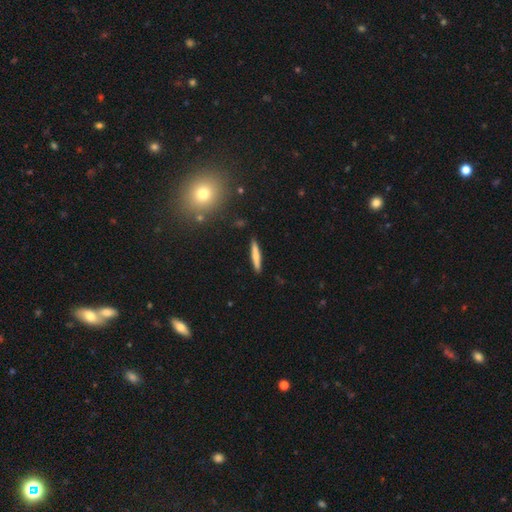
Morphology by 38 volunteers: A smooth galaxy with no disk features (74%) that is cigar-shaped (100%). Merging: none (89%).